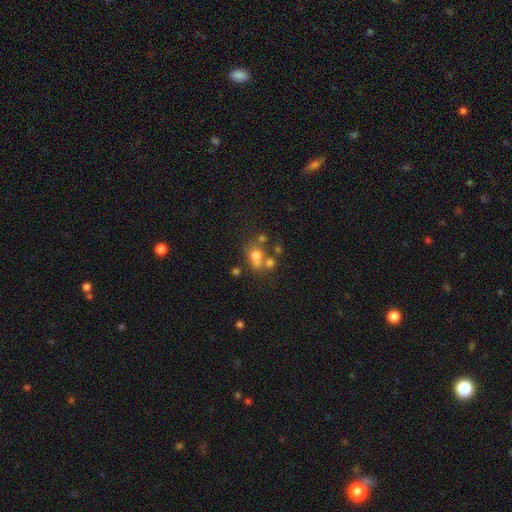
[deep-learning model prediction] Smooth or featured? smooth (64%)
How rounded? round (59%)
Merging? none (40%)